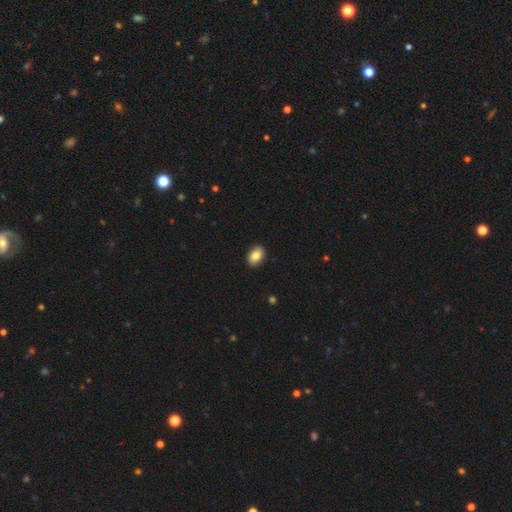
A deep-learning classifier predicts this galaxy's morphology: type=smooth (84%); roundness=in between (85%); merging=none (91%).